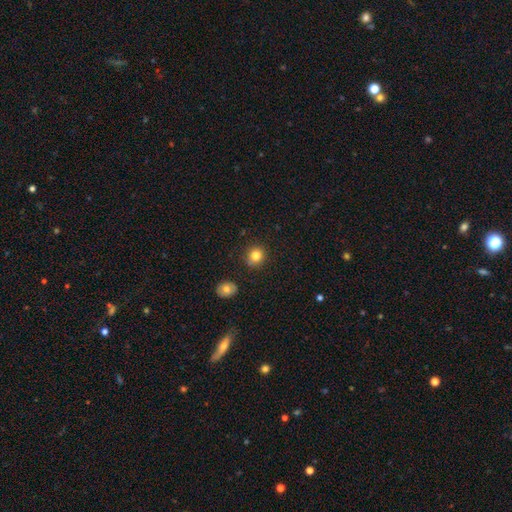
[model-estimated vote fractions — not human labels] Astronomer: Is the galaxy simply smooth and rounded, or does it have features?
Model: smooth — 83%.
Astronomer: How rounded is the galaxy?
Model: round — 86%.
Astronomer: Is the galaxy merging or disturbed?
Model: none — 85%.